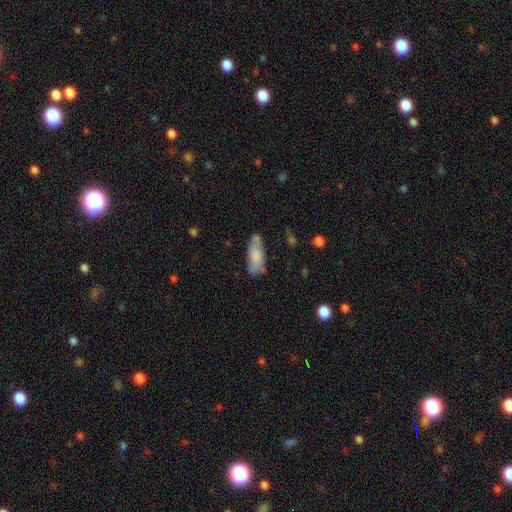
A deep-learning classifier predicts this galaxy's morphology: Smooth or featured?
  - smooth: 74% *
  - featured or disk: 19%
  - star or artifact: 7%
How rounded?
  - in between: 77% *
  - cigar-shaped: 21%
  - round: 2%
Merging?
  - none: 61% *
  - minor disturbance: 24%
  - merger: 8%
  - major disturbance: 6%